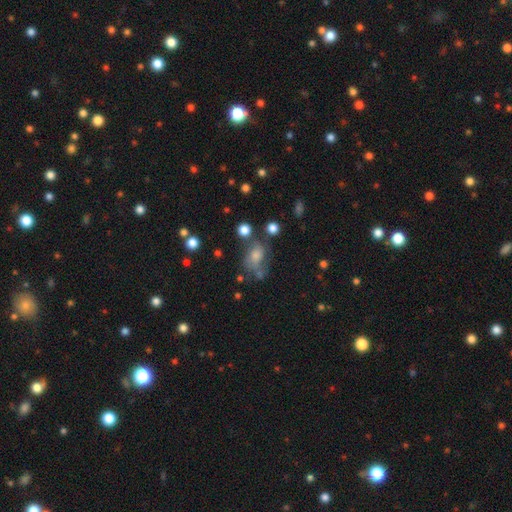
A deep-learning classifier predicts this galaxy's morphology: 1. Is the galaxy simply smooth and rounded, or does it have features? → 53% smooth, 27% featured or disk, 19% star or artifact.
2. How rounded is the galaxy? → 64% in between, 34% round, 2% cigar-shaped.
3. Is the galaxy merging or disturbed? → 45% none, 24% minor disturbance, 19% major disturbance, 12% merger.